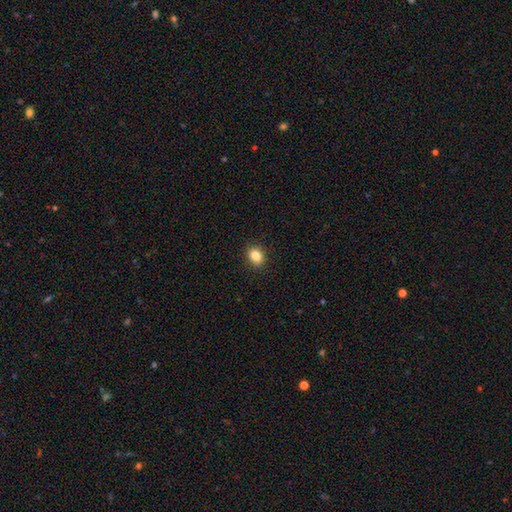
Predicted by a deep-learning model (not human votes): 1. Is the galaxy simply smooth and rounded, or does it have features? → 85% smooth, 10% star or artifact, 5% featured or disk.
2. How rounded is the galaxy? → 57% in between, 42% round, 1% cigar-shaped.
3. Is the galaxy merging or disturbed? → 89% none, 8% minor disturbance, 2% major disturbance, 1% merger.